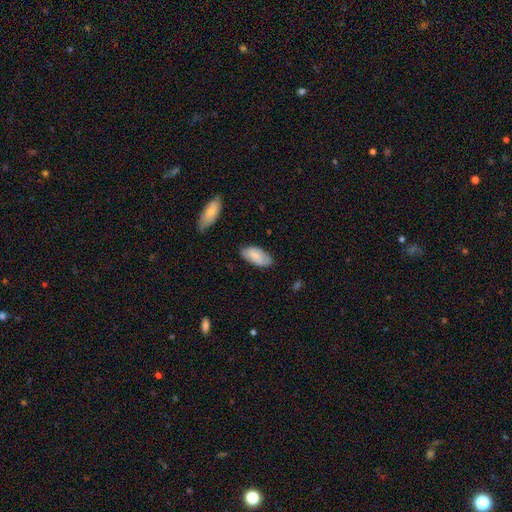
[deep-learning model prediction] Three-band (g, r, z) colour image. It shows a smooth galaxy with no disk features (80%) that is in between round and cigar-shaped (93%). Merging: none (77%).